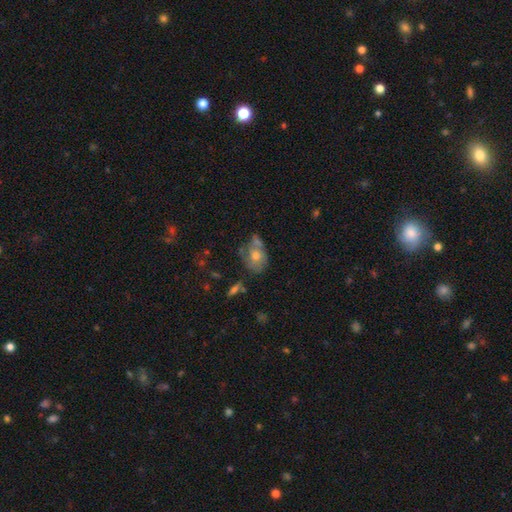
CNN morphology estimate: Q: Smooth or featured?
A: smooth (56%); runner-up: featured or disk (35%)
Q: How rounded?
A: in between (64%); runner-up: round (34%)
Q: Merging?
A: none (39%); runner-up: minor disturbance (27%)